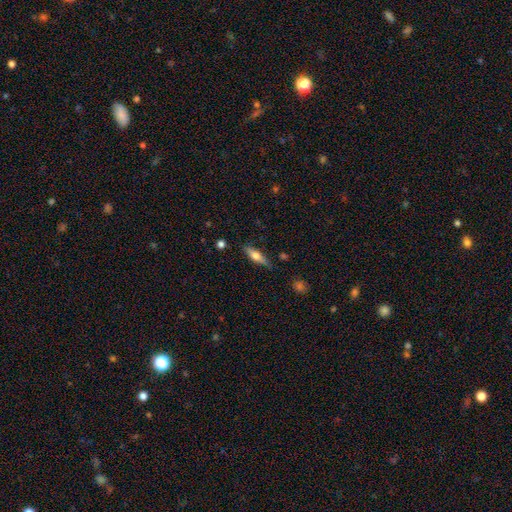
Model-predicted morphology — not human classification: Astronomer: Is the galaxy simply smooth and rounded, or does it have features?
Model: smooth — 51% (runner-up: featured or disk, 42%).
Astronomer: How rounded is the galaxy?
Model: cigar-shaped — 61% (runner-up: in between, 36%).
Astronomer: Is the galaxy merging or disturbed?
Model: none — 82%.